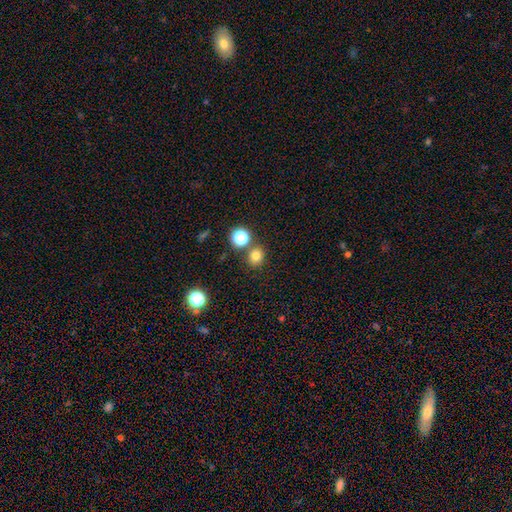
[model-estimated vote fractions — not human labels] smooth 77%, star or artifact 17%, featured or disk 6%. Down the decision tree: how rounded — round (79%); merging — none (78%).